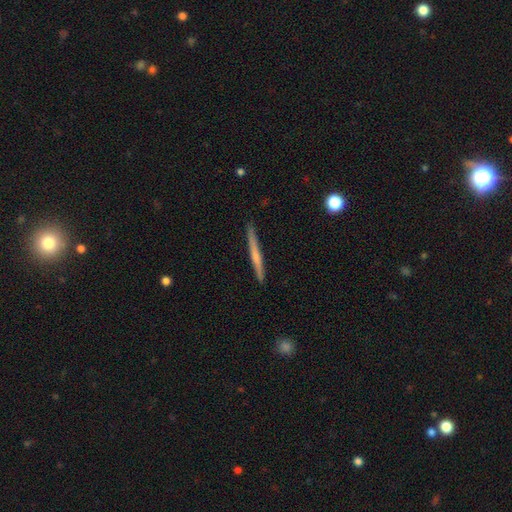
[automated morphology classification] Smooth or featured? featured or disk (48%)
Merging? none (90%)